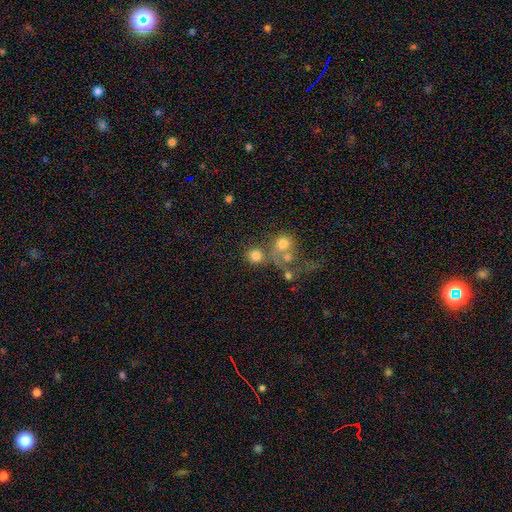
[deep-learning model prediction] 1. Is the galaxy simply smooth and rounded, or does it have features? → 76% smooth, 13% star or artifact, 11% featured or disk.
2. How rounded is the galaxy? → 86% round, 13% in between, 1% cigar-shaped.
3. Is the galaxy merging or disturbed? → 49% none, 33% merger, 9% minor disturbance, 9% major disturbance.